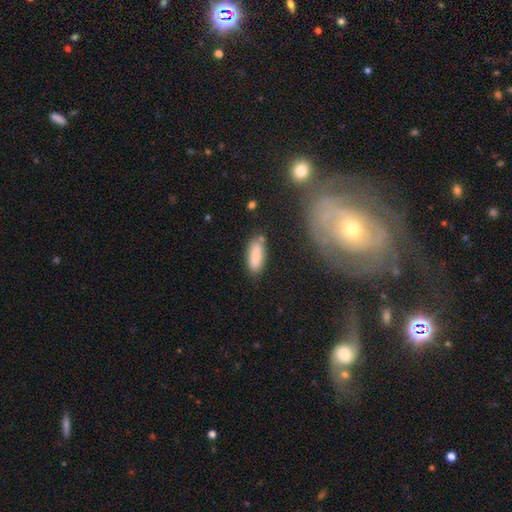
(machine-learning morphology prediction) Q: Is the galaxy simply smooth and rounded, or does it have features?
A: smooth — 83%.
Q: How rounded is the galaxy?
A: in between — 66%.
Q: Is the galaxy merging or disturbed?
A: none — 77%.